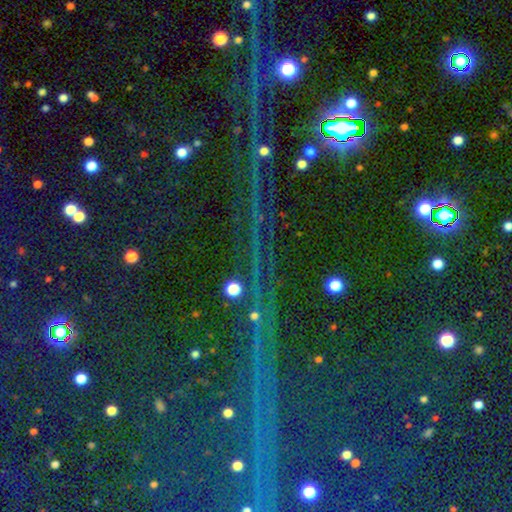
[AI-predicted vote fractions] A star or artifact, not a galaxy (84%).

Vote fractions:
- Smooth or featured? star or artifact: 84% / smooth: 8% / featured or disk: 8%